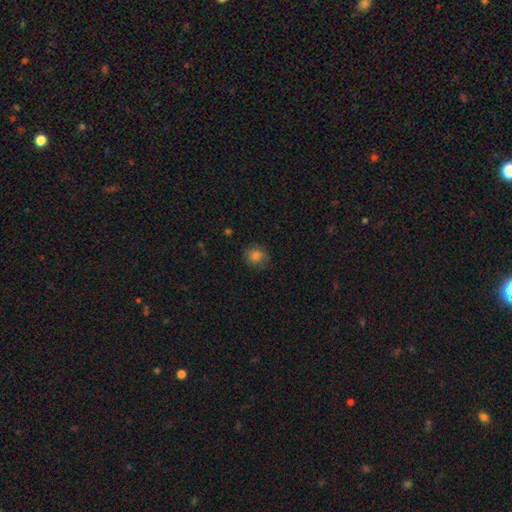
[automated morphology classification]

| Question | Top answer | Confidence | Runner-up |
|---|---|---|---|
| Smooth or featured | smooth | 82% | star or artifact (12%) |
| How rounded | round | 78% | in between (21%) |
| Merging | none | 78% | minor disturbance (16%) |